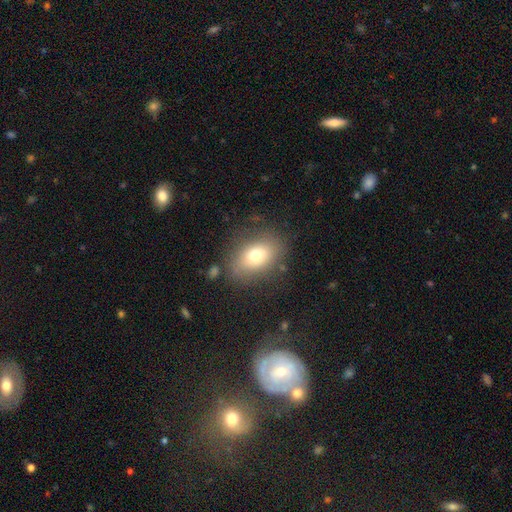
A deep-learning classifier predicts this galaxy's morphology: smooth 73%, featured or disk 16%, star or artifact 10%. Down the decision tree: how rounded — in between (74%); merging — none (77%).